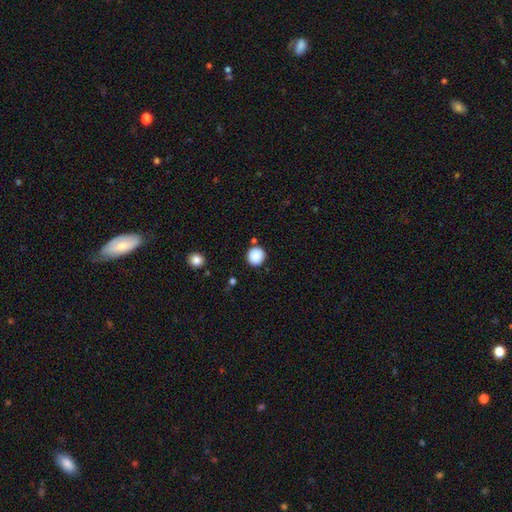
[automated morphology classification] smooth_or_featured: smooth (p=0.88) [alt: star or artifact p=0.09]
how_rounded: round (p=0.92) [alt: in between p=0.07]
merging: none (p=0.86) [alt: minor disturbance p=0.08]